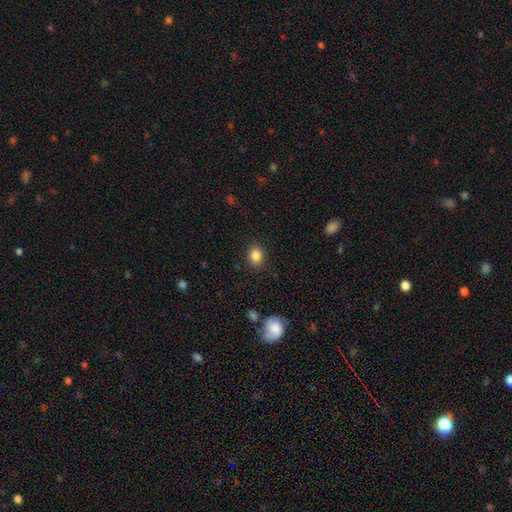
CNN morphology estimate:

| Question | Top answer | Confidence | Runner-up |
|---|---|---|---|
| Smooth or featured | smooth | 85% | star or artifact (10%) |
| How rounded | round | 58% | in between (41%) |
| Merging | none | 88% | minor disturbance (8%) |